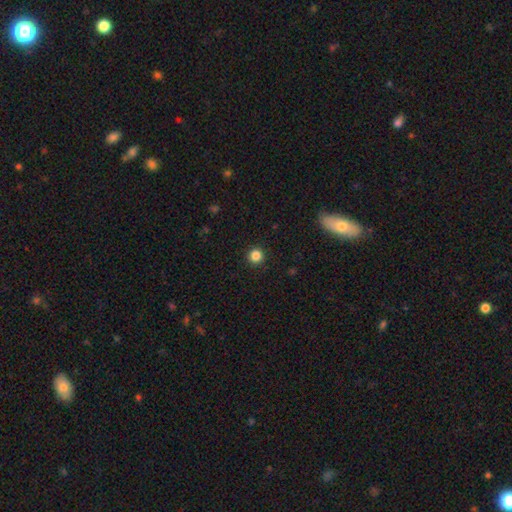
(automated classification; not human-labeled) Smooth or featured? smooth (85%)
How rounded? round (95%)
Merging? none (93%)